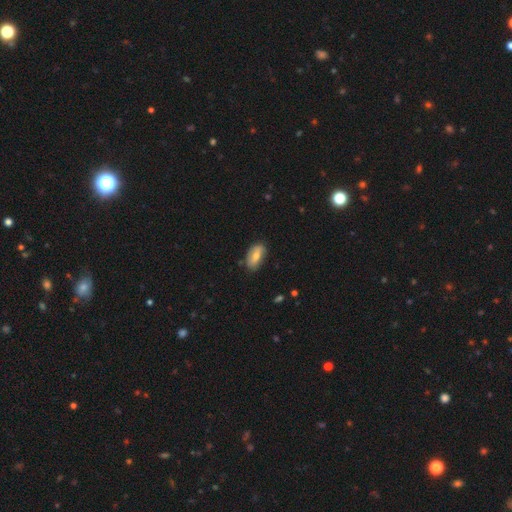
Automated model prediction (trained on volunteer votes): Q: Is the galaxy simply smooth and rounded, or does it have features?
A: smooth — 67%.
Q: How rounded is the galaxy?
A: in between — 90%.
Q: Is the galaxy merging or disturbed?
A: none — 77%.